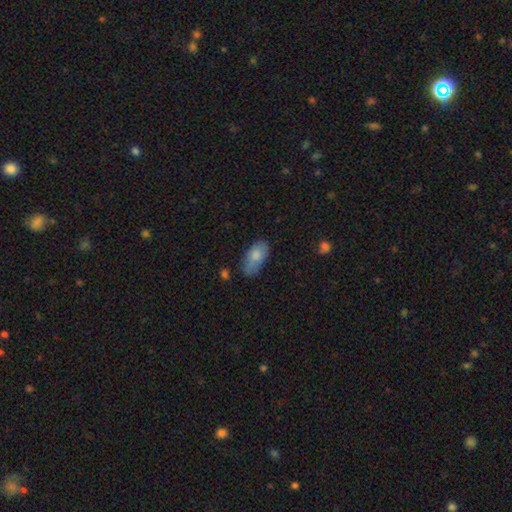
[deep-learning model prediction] smooth 81%, featured or disk 12%, star or artifact 7%. Down the decision tree: how rounded — in between (92%); merging — none (61%).